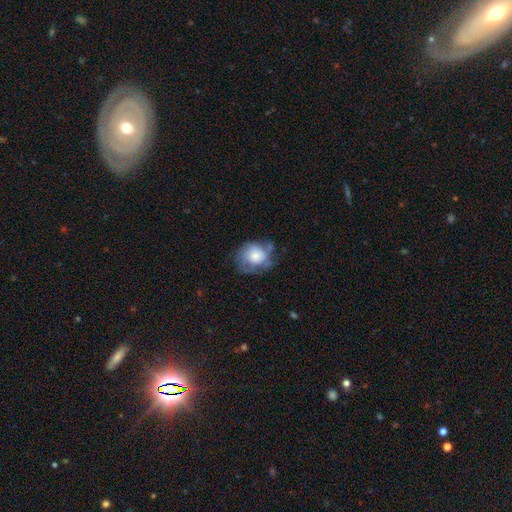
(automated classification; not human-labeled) smooth 53%, featured or disk 39%, star or artifact 9%. Down the decision tree: how rounded — round (63%); merging — none (47%).